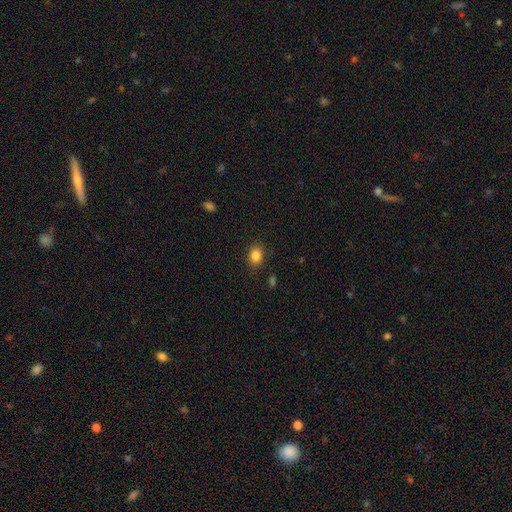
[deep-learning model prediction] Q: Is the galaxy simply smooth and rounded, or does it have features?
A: smooth — 85%.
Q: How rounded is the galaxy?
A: in between — 56%.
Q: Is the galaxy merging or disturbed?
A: none — 87%.